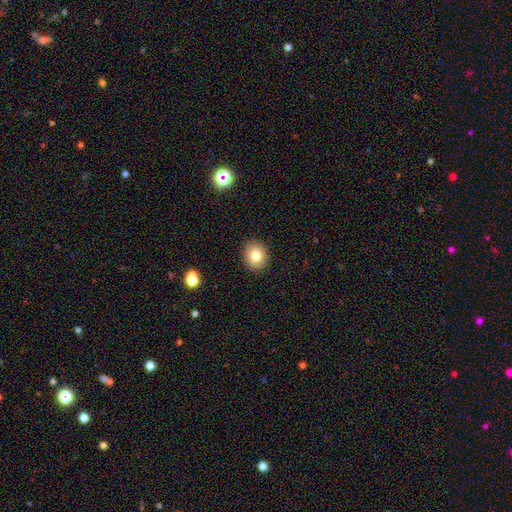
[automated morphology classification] A smooth galaxy with no disk features (80%) that is round (76%).

Vote fractions:
- Smooth or featured? smooth: 80% / star or artifact: 10% / featured or disk: 10%
- How rounded? round: 76% / in between: 23% / cigar-shaped: 1%
- Merging? none: 90% / minor disturbance: 7% / major disturbance: 2% / merger: 1%